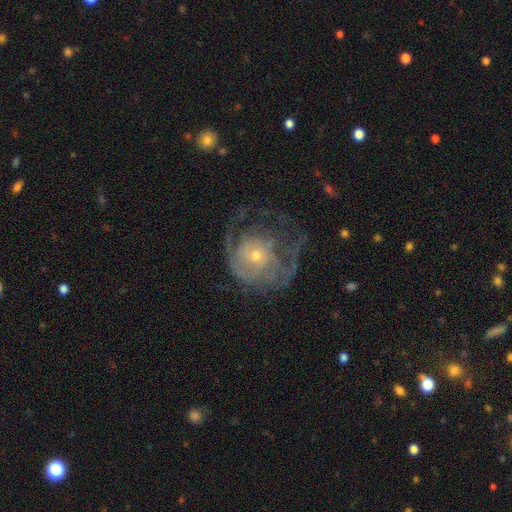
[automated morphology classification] type=featured or disk (77%); edge-on=no (97%); bar=no (80%); spiral arms=yes (80%); winding=tight (44%); arm count=can't tell (37%); bulge=small (62%); merging=none (43%).